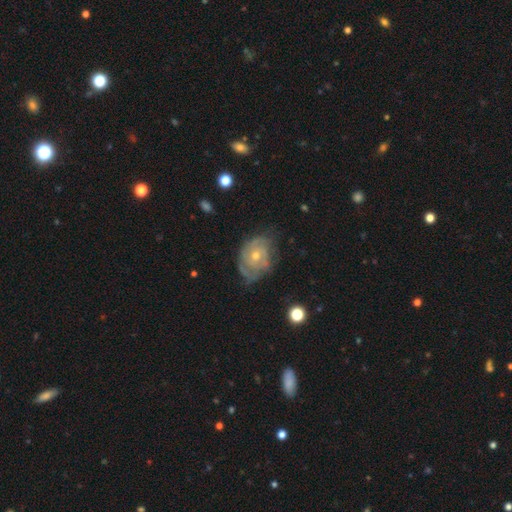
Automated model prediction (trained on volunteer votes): This appears to be a featured or disk galaxy (71%) with no bar (79%), tight (64%) spiral arms (80%) and a small central bulge (49%). Merging: none (62%).